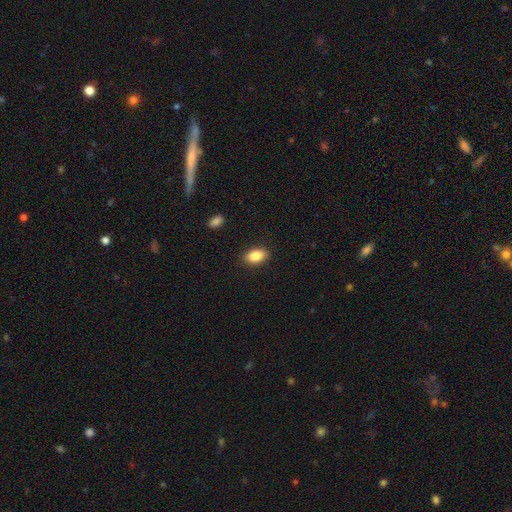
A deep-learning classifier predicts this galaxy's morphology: smooth_or_featured: smooth (p=0.87) [alt: star or artifact p=0.07]
how_rounded: in between (p=0.90) [alt: round p=0.08]
merging: none (p=0.88) [alt: minor disturbance p=0.08]